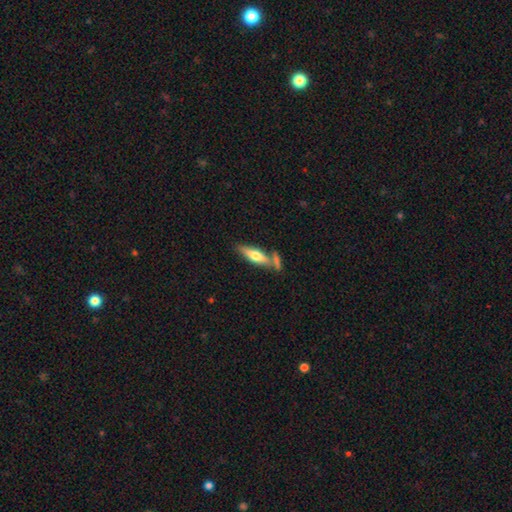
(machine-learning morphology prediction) Overall: smooth (55%; featured or disk 40%). How rounded: cigar-shaped (62%; in between 36%). Merging: none (60%; merger 22%).